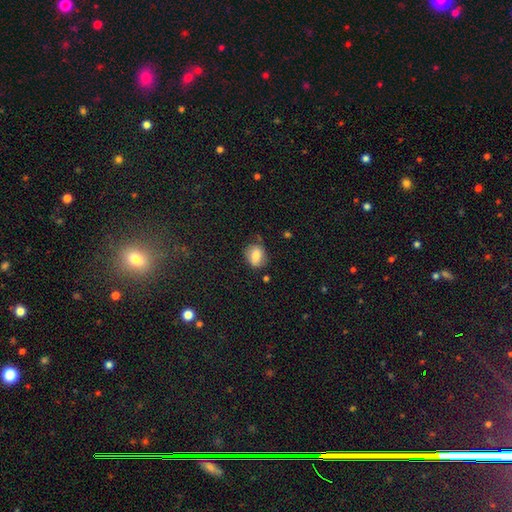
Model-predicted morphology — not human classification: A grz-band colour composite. It shows a smooth galaxy with no disk features (76%) that is in between round and cigar-shaped (56%). Merging: none (65%).